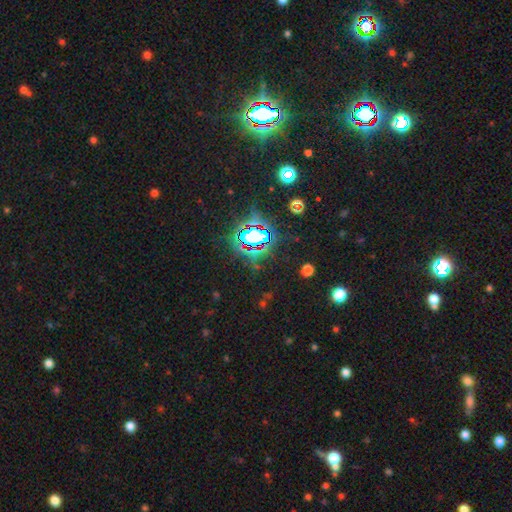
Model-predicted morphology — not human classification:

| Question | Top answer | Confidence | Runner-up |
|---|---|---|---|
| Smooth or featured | star or artifact | 83% | smooth (9%) |